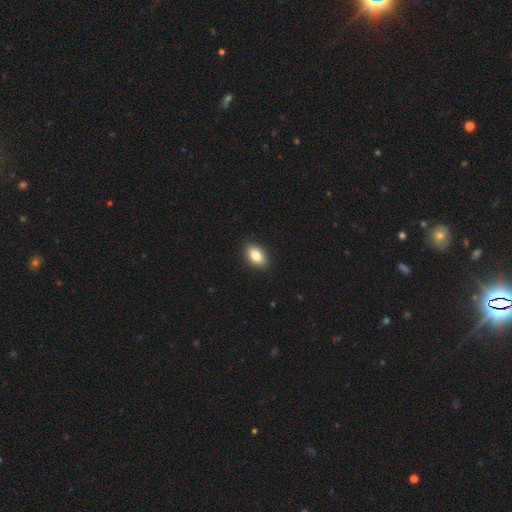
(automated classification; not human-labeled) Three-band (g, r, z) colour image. It shows a smooth galaxy with no disk features (83%) that is in between round and cigar-shaped (88%). Merging: none (90%).